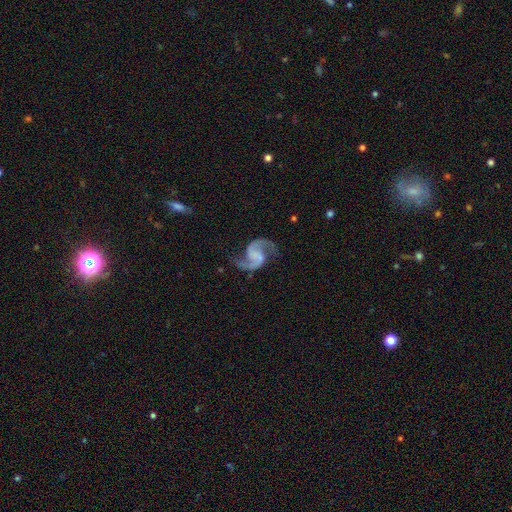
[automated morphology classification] Smooth or featured? featured or disk (93%)
Edge-on disk? no (98%)
Bar? no (51%)
Spiral arms? yes (98%)
Spiral winding? medium (47%)
Spiral arm count? 2 (95%)
Bulge size? none (59%)
Merging? none (77%)